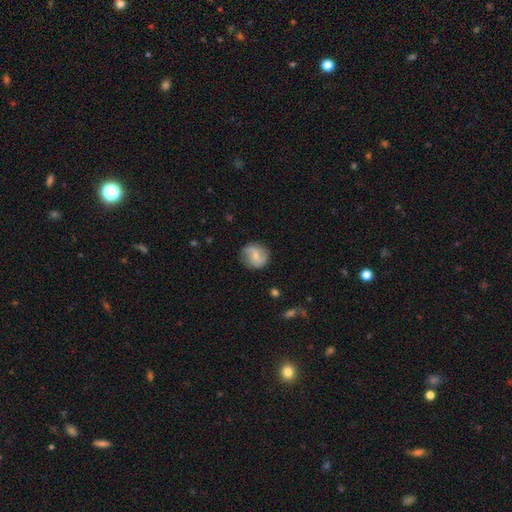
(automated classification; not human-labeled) Smooth or featured: featured or disk — 48% (smooth — 45%)
Merging: none — 79% (minor disturbance — 15%)